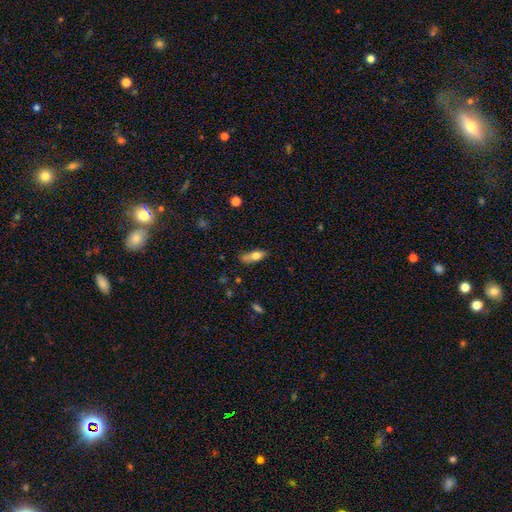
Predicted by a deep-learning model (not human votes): Smooth or featured?
  - smooth: 71% *
  - featured or disk: 21%
  - star or artifact: 8%
How rounded?
  - in between: 64% *
  - cigar-shaped: 32%
  - round: 4%
Merging?
  - none: 54% *
  - minor disturbance: 29%
  - major disturbance: 10%
  - merger: 7%